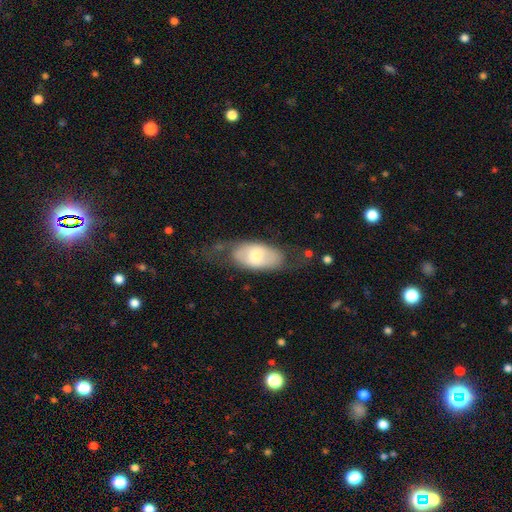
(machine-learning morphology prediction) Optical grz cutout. It shows a smooth galaxy with no disk features (55%) that is in between round and cigar-shaped (91%). Merging: none (56%).